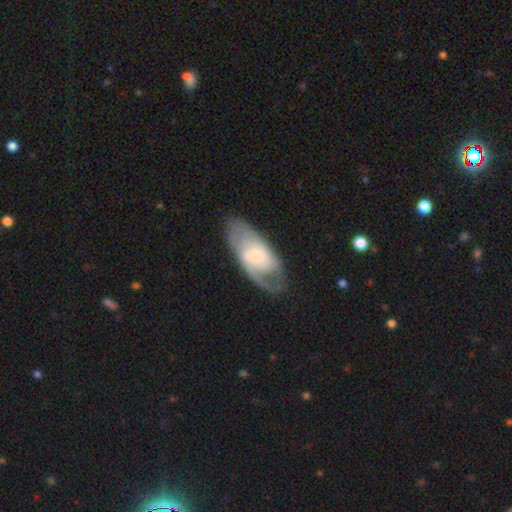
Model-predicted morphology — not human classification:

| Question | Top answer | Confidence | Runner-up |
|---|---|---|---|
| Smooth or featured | featured or disk | 68% | smooth (26%) |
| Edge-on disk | no | 91% | yes (9%) |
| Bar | weak | 47% | no (33%) |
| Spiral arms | yes | 83% | no (17%) |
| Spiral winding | medium | 44% | tight (36%) |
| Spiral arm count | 2 | 58% | can't tell (25%) |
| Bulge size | small | 46% | moderate (37%) |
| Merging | none | 70% | minor disturbance (19%) |